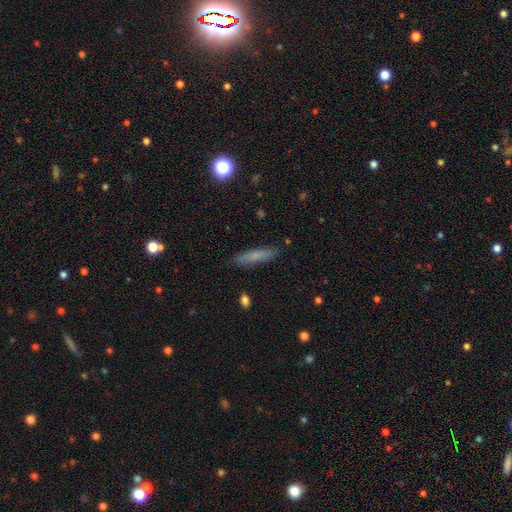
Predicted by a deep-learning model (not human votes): Q: Smooth or featured?
A: smooth (69%); runner-up: featured or disk (23%)
Q: How rounded?
A: cigar-shaped (84%); runner-up: in between (14%)
Q: Merging?
A: none (88%); runner-up: minor disturbance (8%)